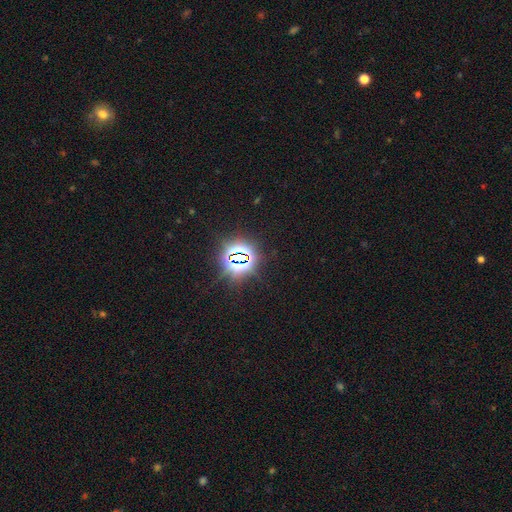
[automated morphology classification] Smooth or featured? star or artifact (80%)